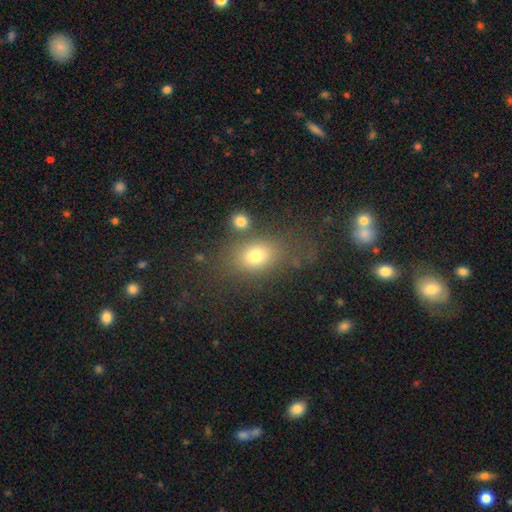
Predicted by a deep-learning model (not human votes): The model was most divided on "how rounded": in between: 71%, round: 27%, cigar-shaped: 3%. More confident: smooth or featured — smooth (74%); merging — none (63%).